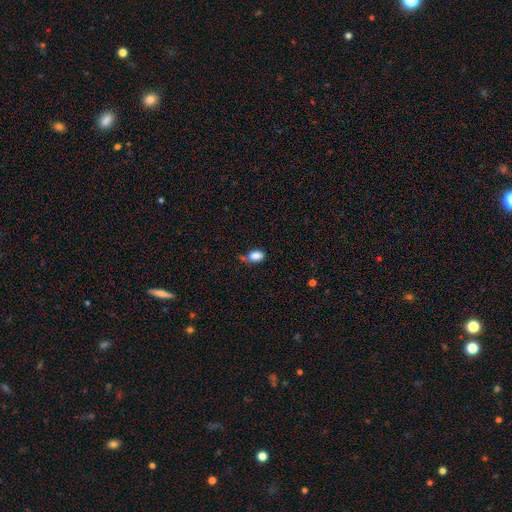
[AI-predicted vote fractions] Smooth or featured? Predicted: smooth (p=0.85). How rounded? Predicted: in between (p=0.89). Merging? Predicted: none (p=0.52).